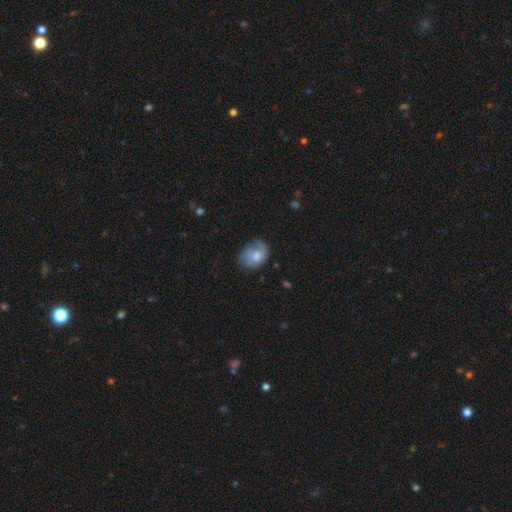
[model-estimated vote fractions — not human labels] Smooth or featured? smooth (58%)
How rounded? in between (63%)
Merging? none (49%)